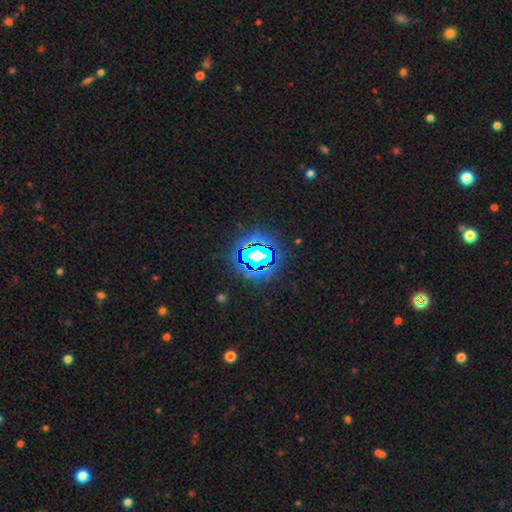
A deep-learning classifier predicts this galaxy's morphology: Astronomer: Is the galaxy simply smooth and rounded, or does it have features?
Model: star or artifact — 70%.